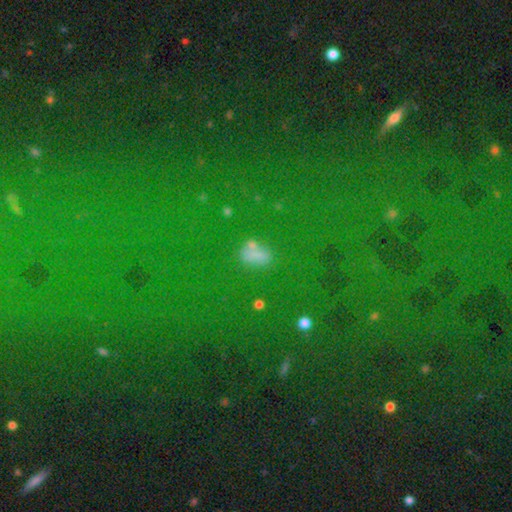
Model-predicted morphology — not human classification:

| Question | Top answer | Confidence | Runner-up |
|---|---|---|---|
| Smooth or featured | star or artifact | 45% | tied: smooth (45%) |